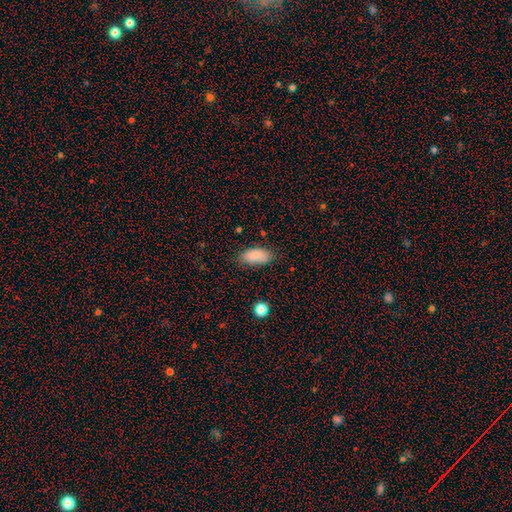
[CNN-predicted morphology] type=smooth (85%); roundness=in between (92%); merging=none (77%).